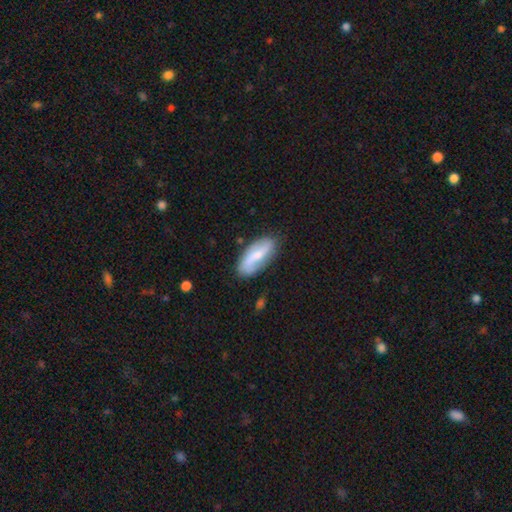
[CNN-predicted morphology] Smooth or featured? featured or disk (49%)
Merging? none (78%)